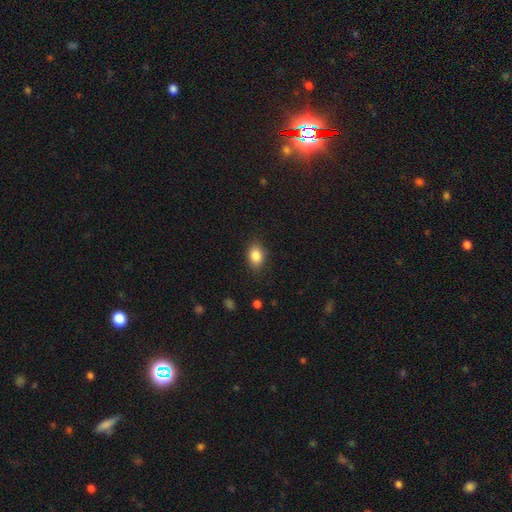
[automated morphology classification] smooth_or_featured: smooth (p=0.85) [alt: star or artifact p=0.09]
how_rounded: in between (p=0.78) [alt: round p=0.20]
merging: none (p=0.83) [alt: minor disturbance p=0.13]